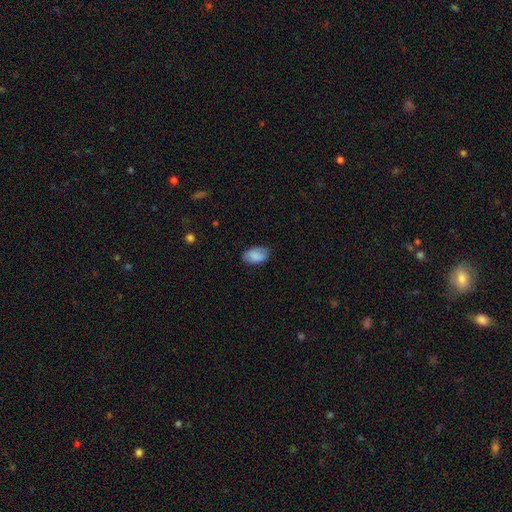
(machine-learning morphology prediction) smooth 86%, featured or disk 7%, star or artifact 7%. Down the decision tree: how rounded — in between (93%); merging — none (81%).